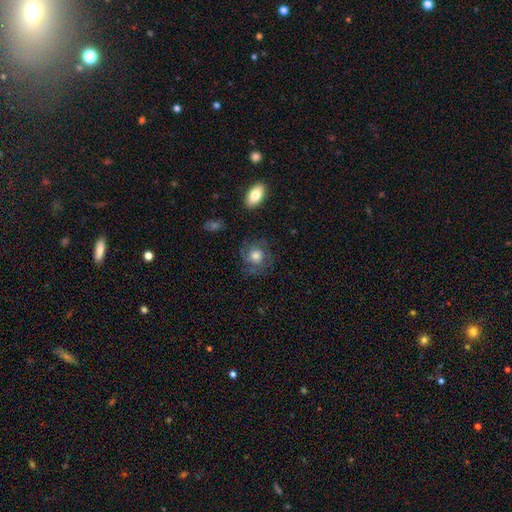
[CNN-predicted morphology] This is possibly a smooth galaxy (50%). Merging: likely none (68%).